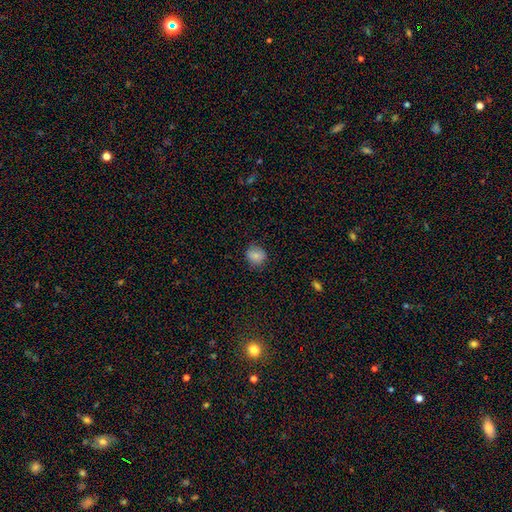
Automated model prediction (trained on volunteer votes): Morphology: type=smooth (82%); roundness=round (72%); merging=none (76%).